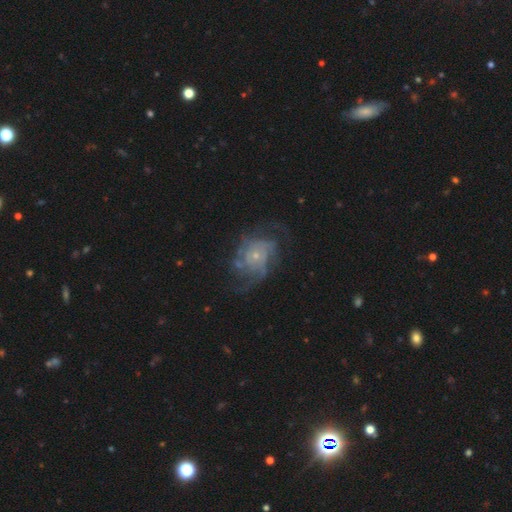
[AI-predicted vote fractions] Overall: featured or disk (79%). Edge-on disk: no (97%). Bar: no (82%). Spiral arms: yes (85%). Spiral arm count: can't tell (39%; 3 17%). Spiral winding: tight (43%; medium 38%). Bulge size: small (75%). Merging: none (55%; major disturbance 22%).